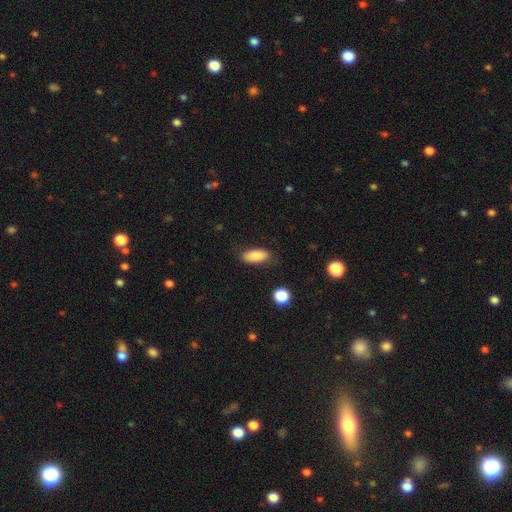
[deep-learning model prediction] Smooth or featured? Predicted: smooth (p=0.85). How rounded? Predicted: in between (p=0.85). Merging? Predicted: none (p=0.80).